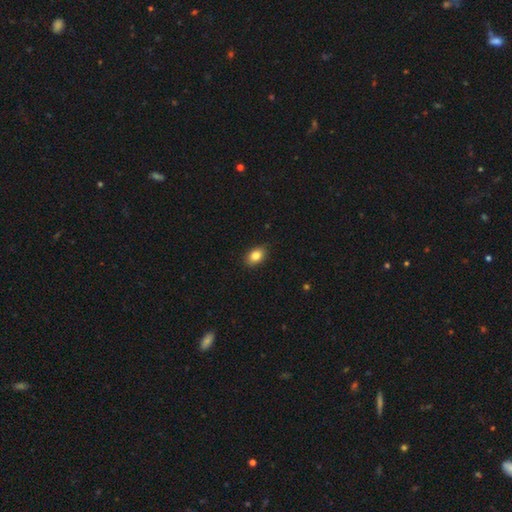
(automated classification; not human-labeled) The model was most divided on "how rounded": in between: 82%, round: 16%, cigar-shaped: 2%. More confident: merging — none (86%); smooth or featured — smooth (85%).